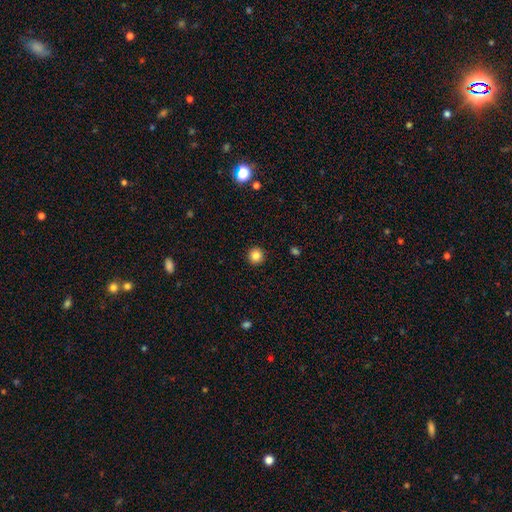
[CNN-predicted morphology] type=smooth (84%); roundness=round (95%); merging=none (93%).